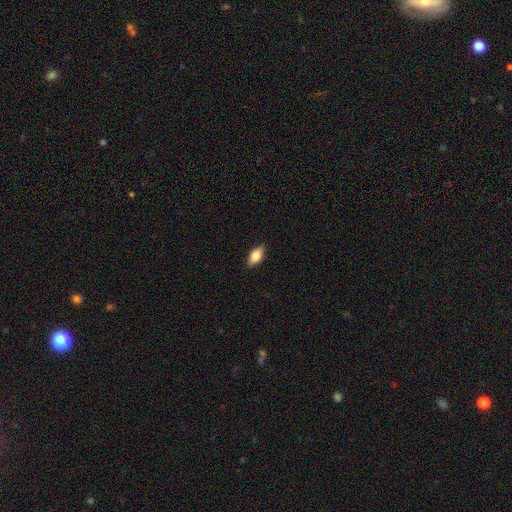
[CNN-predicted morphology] Smooth or featured? Predicted: smooth (p=0.79). How rounded? Predicted: in between (p=0.87). Merging? Predicted: none (p=0.87).